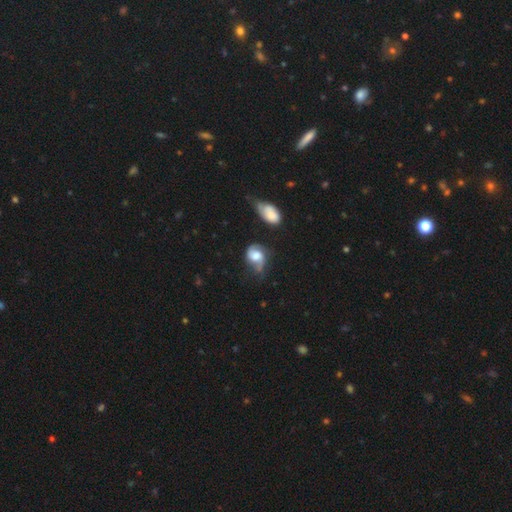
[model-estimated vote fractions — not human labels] Smooth or featured? featured or disk (60%)
Edge-on disk? no (97%)
Bar? no (61%)
Spiral arms? yes (87%)
Spiral winding? loose (43%)
Spiral arm count? 2 (72%)
Bulge size? large (41%)
Merging? none (39%)